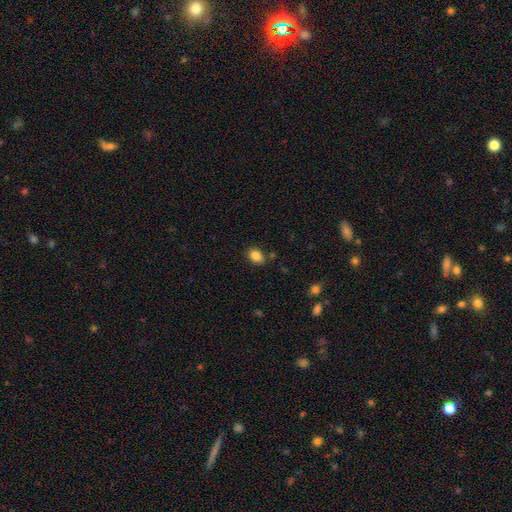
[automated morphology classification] Smooth or featured: smooth — 85% (star or artifact — 10%)
How rounded: in between — 72% (round — 27%)
Merging: none — 82% (minor disturbance — 12%)